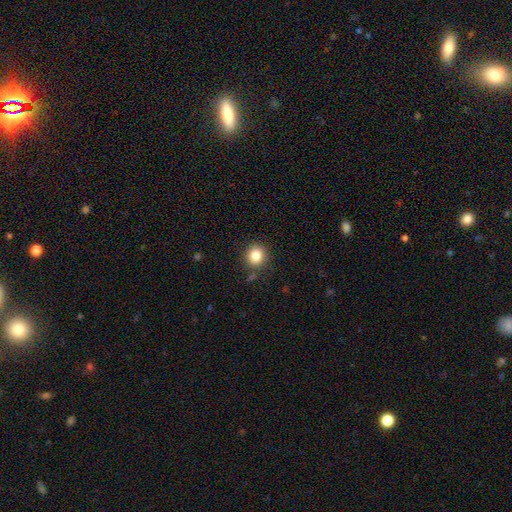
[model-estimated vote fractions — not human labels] Smooth or featured?
  - smooth: 84% *
  - star or artifact: 11%
  - featured or disk: 5%
How rounded?
  - round: 85% *
  - in between: 14%
  - cigar-shaped: 1%
Merging?
  - none: 85% *
  - minor disturbance: 9%
  - major disturbance: 3%
  - merger: 2%